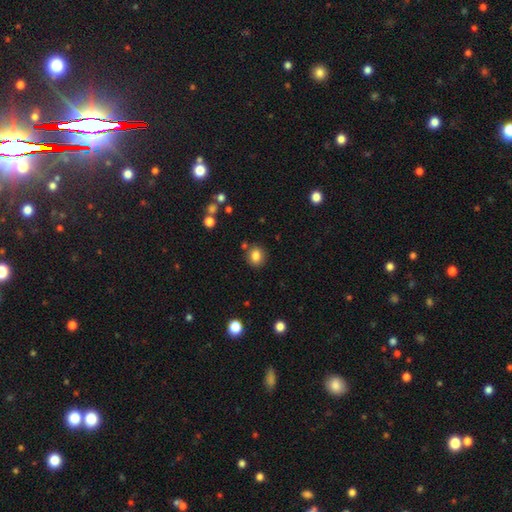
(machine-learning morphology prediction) Overall: smooth (83%). How rounded: round (72%). Merging: none (83%).